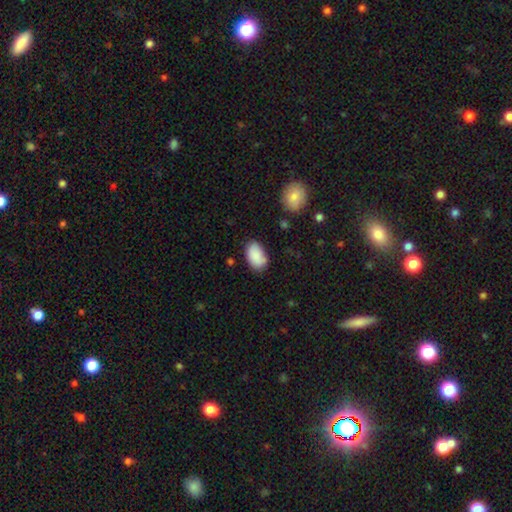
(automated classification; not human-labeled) Smooth or featured? smooth (88%)
How rounded? in between (93%)
Merging? none (74%)